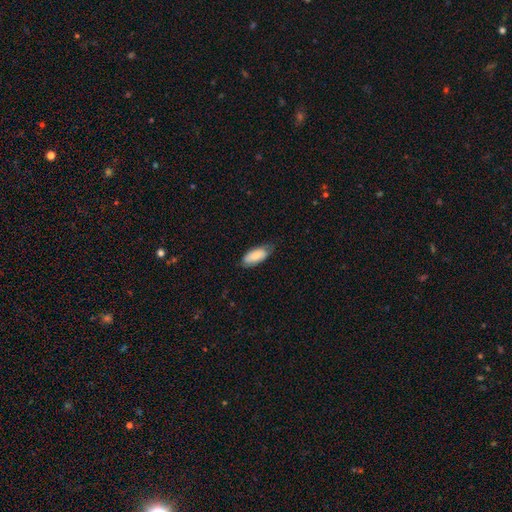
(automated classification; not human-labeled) Smooth or featured: smooth — 80% (featured or disk — 14%)
How rounded: in between — 88% (cigar-shaped — 10%)
Merging: none — 65% (minor disturbance — 28%)